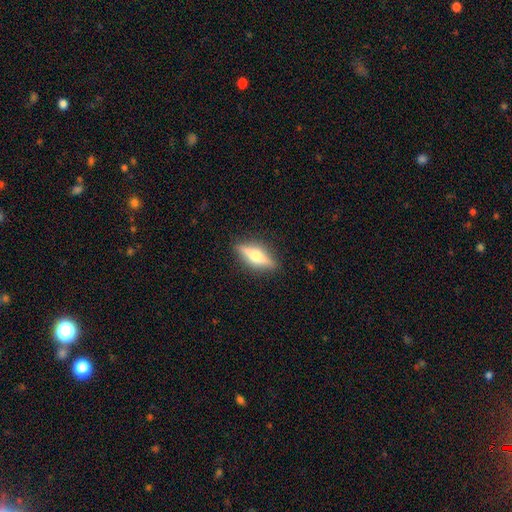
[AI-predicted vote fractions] This is possibly a featured or disk galaxy (59%). It is clearly viewed edge-on (93%). Edge-on bulge: clearly rounded (94%). Merging: clearly none (88%).